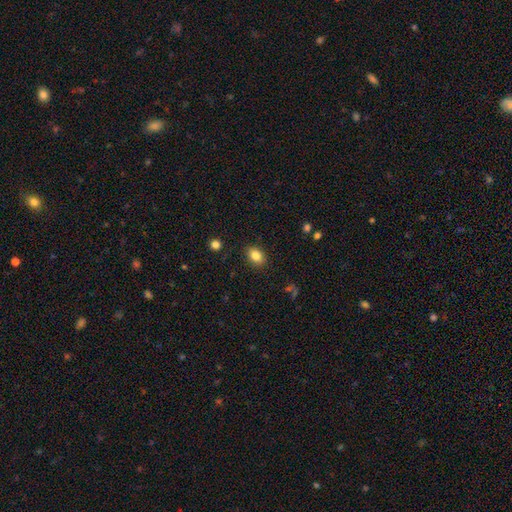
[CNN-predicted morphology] A smooth galaxy with no disk features (84%) that is in between round and cigar-shaped (74%).

Vote fractions:
- Smooth or featured? smooth: 84% / star or artifact: 9% / featured or disk: 6%
- How rounded? in between: 74% / round: 25% / cigar-shaped: 1%
- Merging? none: 86% / minor disturbance: 10% / major disturbance: 3% / merger: 1%